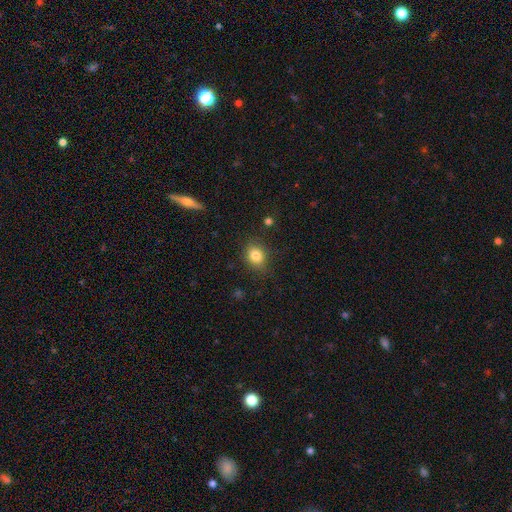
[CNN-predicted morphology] smooth-or-featured: smooth: 82% | star or artifact: 11% | featured or disk: 7%
  how-rounded: round: 54% | in between: 45% | cigar-shaped: 1%
  merging: none: 82% | minor disturbance: 13% | major disturbance: 3% | merger: 1%